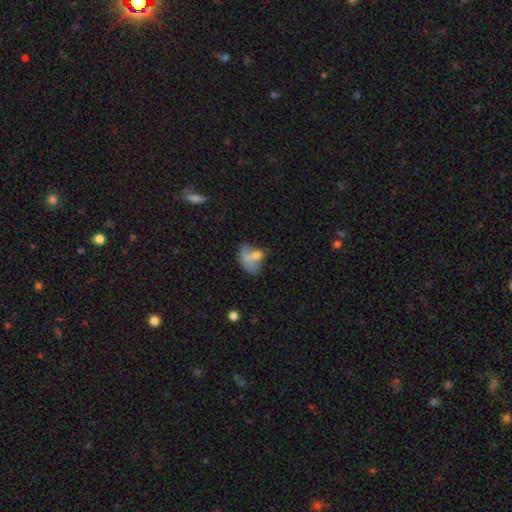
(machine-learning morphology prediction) Smooth or featured: smooth — 63% (featured or disk — 26%)
How rounded: in between — 79% (round — 19%)
Merging: merger — 39% (none — 23%)